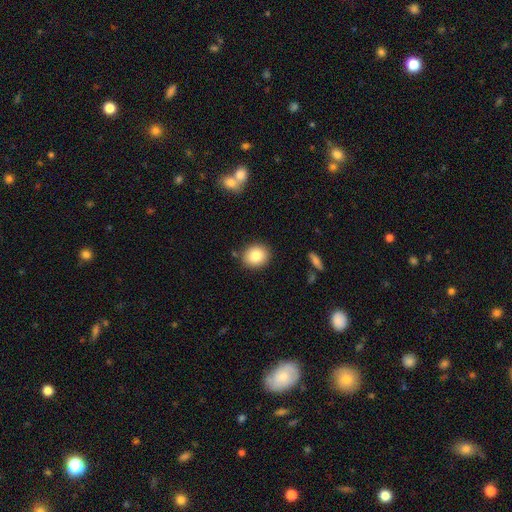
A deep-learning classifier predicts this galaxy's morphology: Q: Smooth or featured?
A: smooth (83%); runner-up: star or artifact (9%)
Q: How rounded?
A: round (71%); runner-up: in between (28%)
Q: Merging?
A: none (86%); runner-up: minor disturbance (9%)